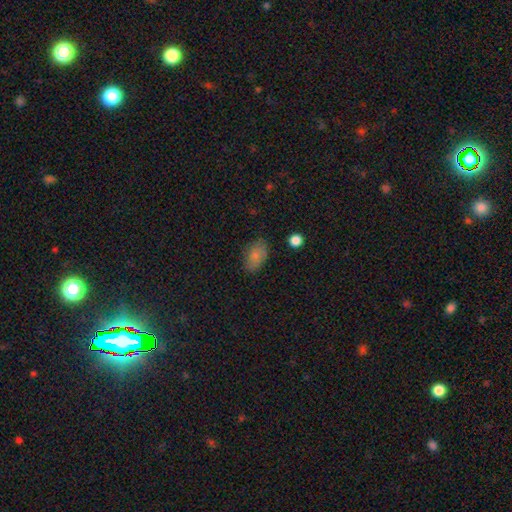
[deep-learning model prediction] This appears to be a smooth galaxy with no disk features (80%) that is in between round and cigar-shaped (88%). Merging: none (77%).